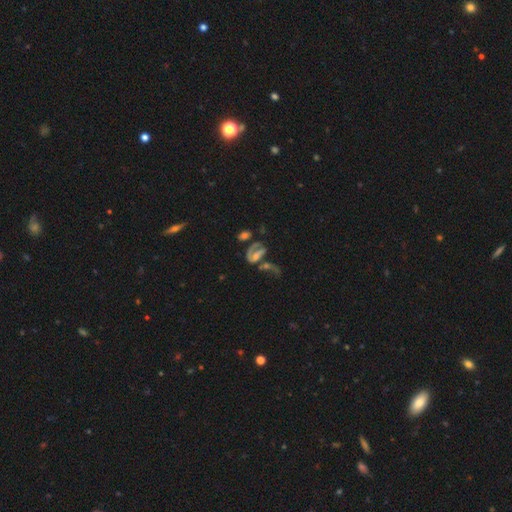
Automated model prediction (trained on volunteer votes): Smooth or featured?
  - featured or disk: 70% *
  - smooth: 17%
  - star or artifact: 13%
Edge-on disk?
  - no: 96% *
  - yes: 4%
Bar?
  - weak: 39% *
  - no: 37%
  - strong: 25%
Spiral arms?
  - yes: 79% *
  - no: 21%
Spiral winding?
  - loose: 44% *
  - medium: 38%
  - tight: 18%
Spiral arm count?
  - 2: 63% *
  - 1: 23%
  - can't tell: 9%
  - 3: 2%
  - 4: 1%
  - more than 4: 1%
Bulge size?
  - small: 36% *
  - moderate: 35%
  - none: 20%
  - large: 7%
  - dominant: 2%
Merging?
  - merger: 41% *
  - none: 24%
  - major disturbance: 23%
  - minor disturbance: 12%